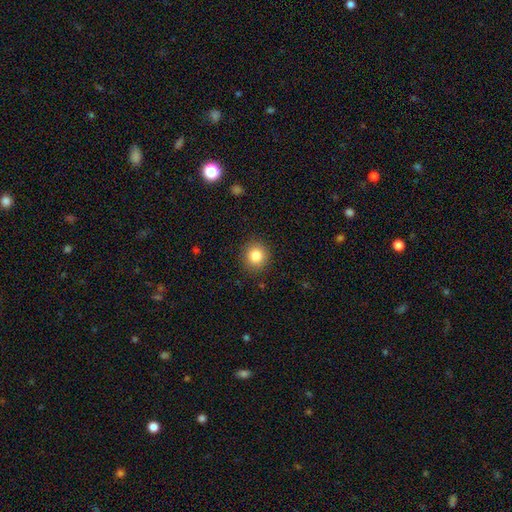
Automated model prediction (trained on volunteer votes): Overall: smooth (84%). How rounded: round (90%). Merging: none (89%).